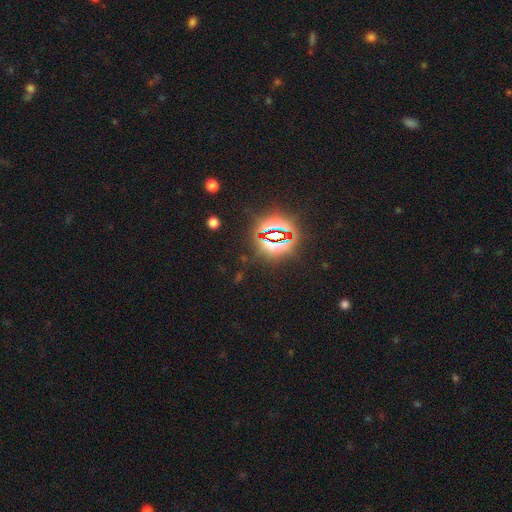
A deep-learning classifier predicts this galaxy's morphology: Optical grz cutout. It shows a star or artifact, not a galaxy (83%).